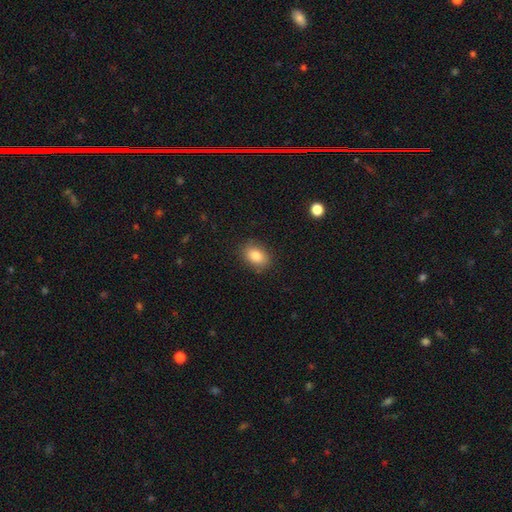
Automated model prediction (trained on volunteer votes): This appears to be a smooth galaxy with no disk features (84%) that is in between round and cigar-shaped (77%). Merging: none (86%).